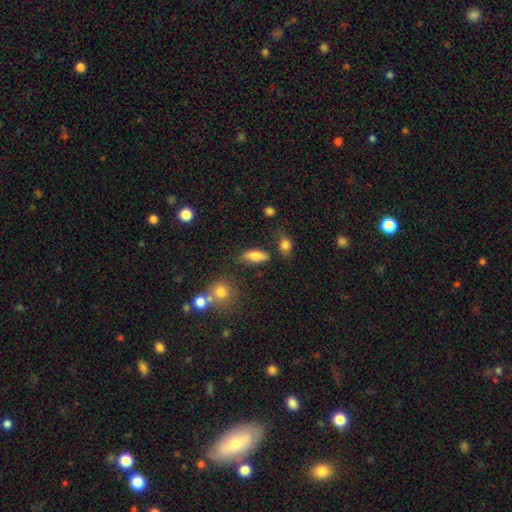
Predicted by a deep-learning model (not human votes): Q: Smooth or featured?
A: smooth (78%); runner-up: featured or disk (14%)
Q: How rounded?
A: in between (75%); runner-up: cigar-shaped (20%)
Q: Merging?
A: none (71%); runner-up: minor disturbance (17%)